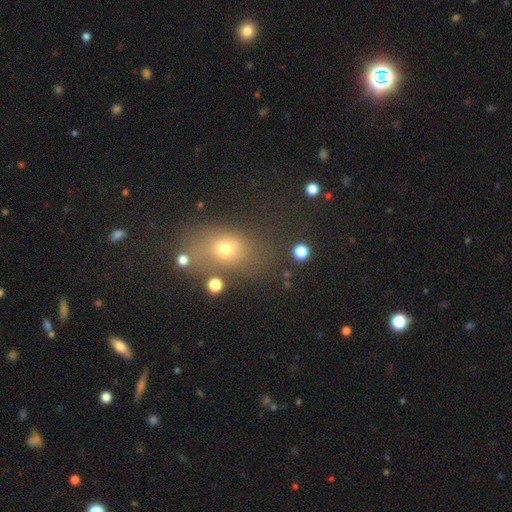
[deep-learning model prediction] smooth 54%, star or artifact 34%, featured or disk 12%. Down the decision tree: how rounded — in between (54%); merging — none (74%).